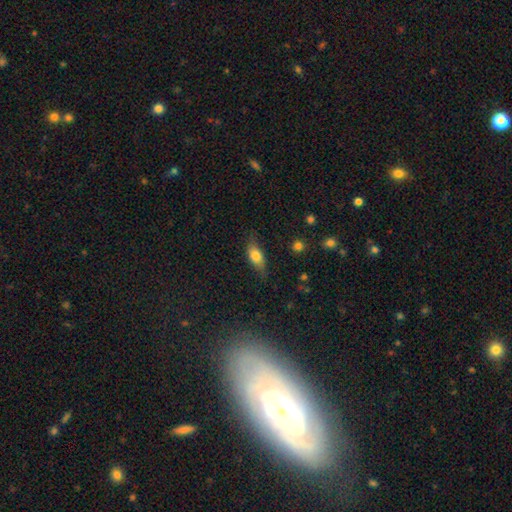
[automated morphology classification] Smooth or featured?
  - smooth: 74% *
  - featured or disk: 18%
  - star or artifact: 8%
How rounded?
  - in between: 80% *
  - cigar-shaped: 15%
  - round: 5%
Merging?
  - none: 69% *
  - minor disturbance: 24%
  - major disturbance: 6%
  - merger: 1%